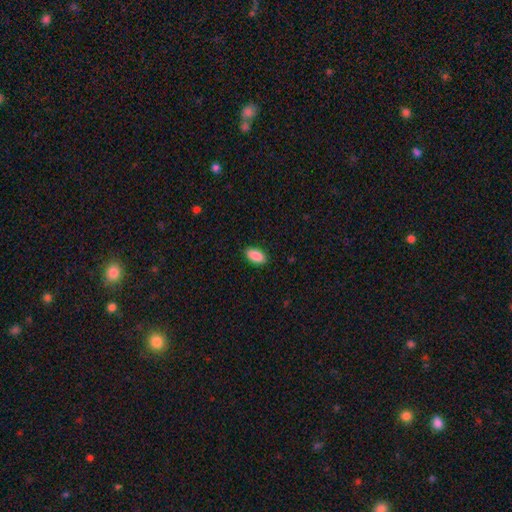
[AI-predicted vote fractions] Q: Smooth or featured?
A: smooth (90%); runner-up: star or artifact (7%)
Q: How rounded?
A: in between (93%); runner-up: cigar-shaped (4%)
Q: Merging?
A: none (89%); runner-up: minor disturbance (8%)